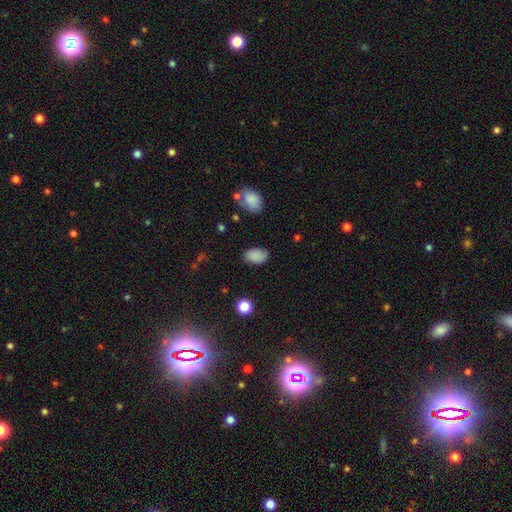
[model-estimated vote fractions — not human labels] A smooth galaxy with no disk features (86%) that is in between round and cigar-shaped (90%). Merging: none (80%).